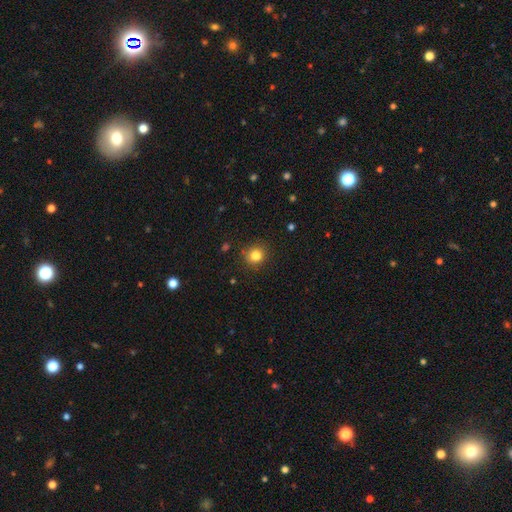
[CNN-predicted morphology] The model was most divided on "smooth or featured": smooth: 83%, star or artifact: 12%, featured or disk: 5%. More confident: how rounded — round (88%); merging — none (86%).